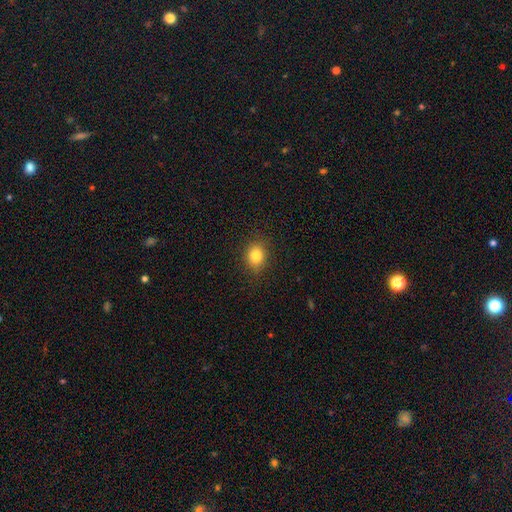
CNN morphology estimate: Q: Smooth or featured?
A: smooth (82%); runner-up: star or artifact (11%)
Q: How rounded?
A: round (56%); runner-up: in between (43%)
Q: Merging?
A: none (88%); runner-up: minor disturbance (9%)